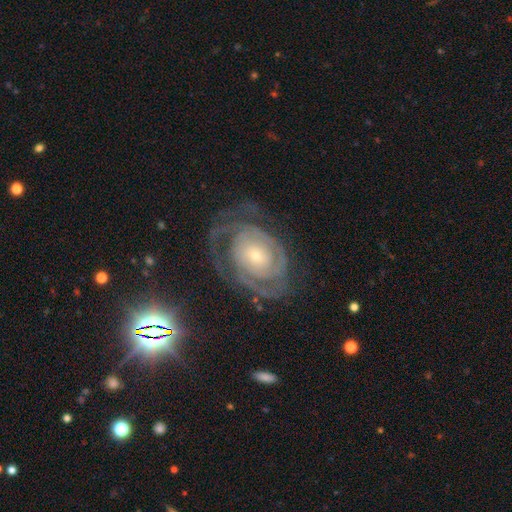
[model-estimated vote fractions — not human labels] Smooth or featured: featured or disk — 85% (smooth — 9%)
Edge-on disk: no — 97% (yes — 3%)
Bar: no — 77% (weak — 18%)
Spiral arms: yes — 92% (no — 8%)
Spiral winding: tight — 72% (medium — 22%)
Spiral arm count: can't tell — 35% (2 — 33%)
Bulge size: small — 74% (moderate — 20%)
Merging: none — 63% (minor disturbance — 19%)